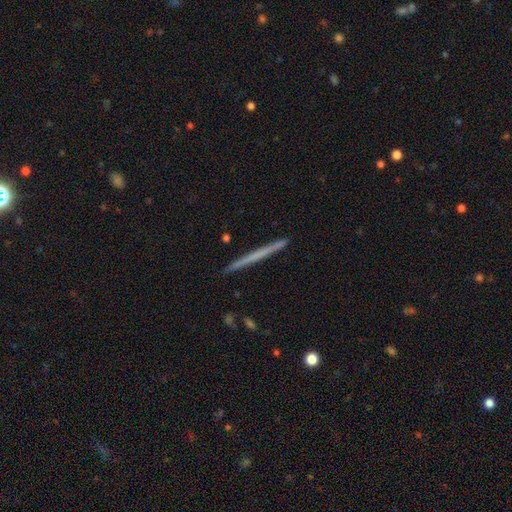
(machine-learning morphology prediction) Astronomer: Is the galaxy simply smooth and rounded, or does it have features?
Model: smooth — 48% (runner-up: featured or disk, 47%).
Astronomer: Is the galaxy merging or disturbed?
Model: none — 92%.